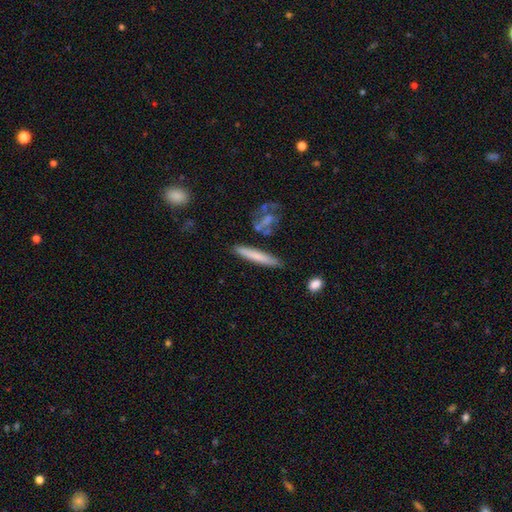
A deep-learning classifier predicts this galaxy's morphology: This is likely a smooth galaxy (67%). How rounded: clearly cigar-shaped (93%). Merging: clearly none (82%).